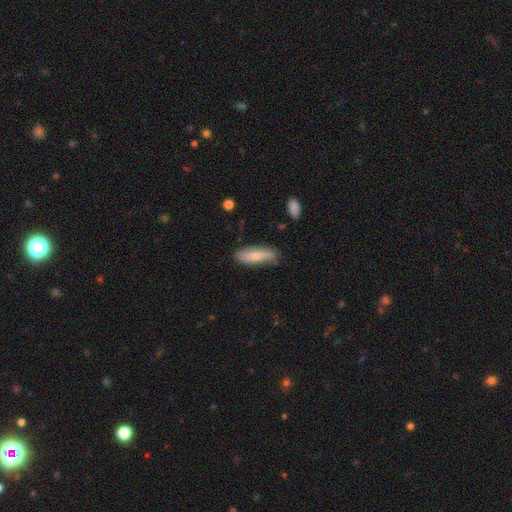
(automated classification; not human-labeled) smooth_or_featured: smooth (p=0.64) [alt: featured or disk p=0.30]
how_rounded: in between (p=0.49) [alt: cigar-shaped p=0.48]
merging: none (p=0.73) [alt: minor disturbance p=0.21]